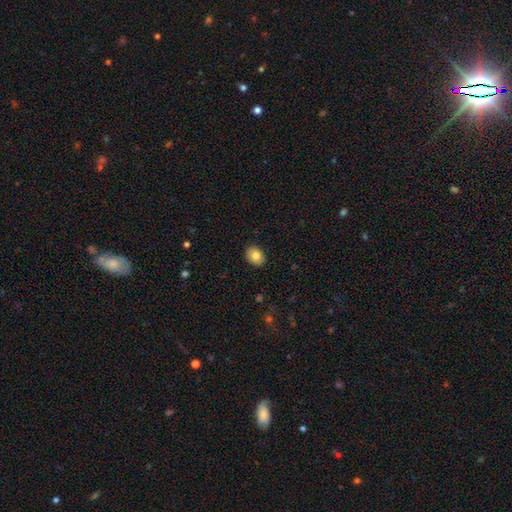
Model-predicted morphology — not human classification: smooth-or-featured: smooth: 81% | featured or disk: 11% | star or artifact: 8%
  how-rounded: in between: 60% | round: 39% | cigar-shaped: 1%
  merging: none: 90% | minor disturbance: 8% | major disturbance: 2% | merger: 1%